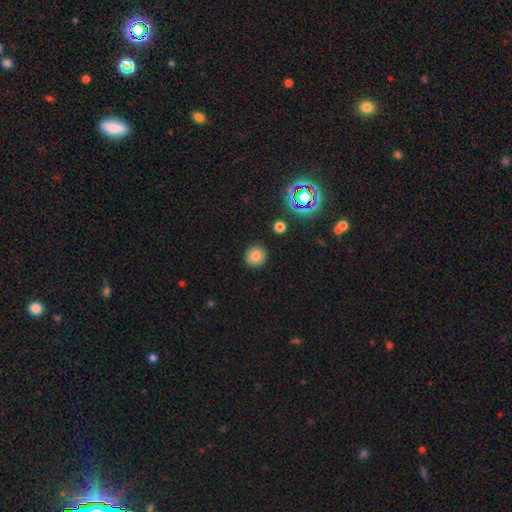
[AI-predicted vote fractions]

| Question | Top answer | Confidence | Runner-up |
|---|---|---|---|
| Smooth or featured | smooth | 78% | star or artifact (14%) |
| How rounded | round | 92% | in between (7%) |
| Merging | none | 90% | minor disturbance (6%) |